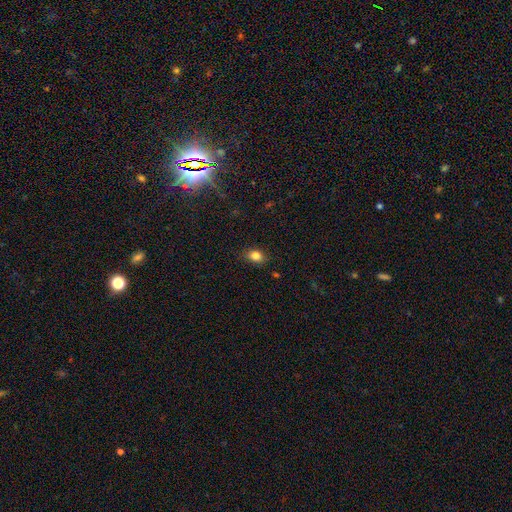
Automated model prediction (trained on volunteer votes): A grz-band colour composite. It shows a smooth galaxy with no disk features (83%) that is in between round and cigar-shaped (68%). Merging: none (85%).